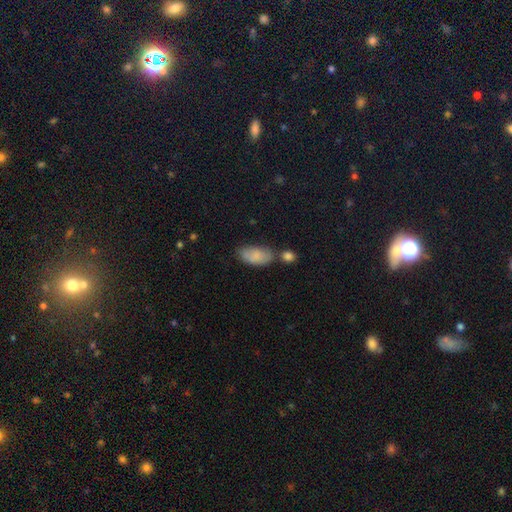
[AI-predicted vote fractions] smooth 84%, featured or disk 9%, star or artifact 7%. Down the decision tree: how rounded — in between (93%); merging — none (51%).